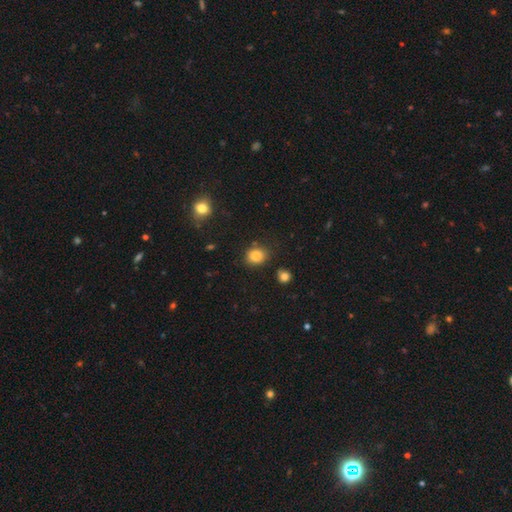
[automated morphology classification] type=smooth (83%); roundness=round (71%); merging=none (82%).